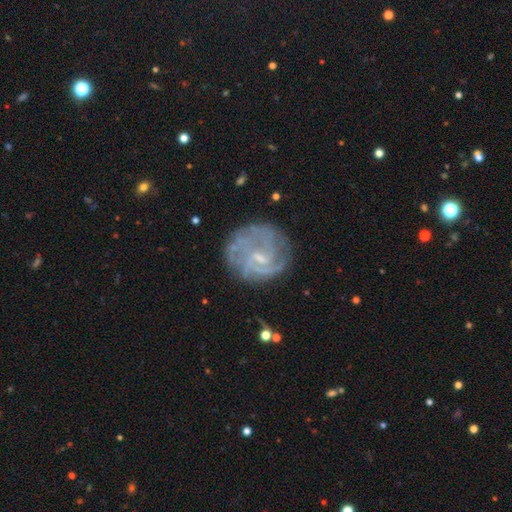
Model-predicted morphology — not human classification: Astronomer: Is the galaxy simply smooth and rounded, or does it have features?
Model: featured or disk — 67%.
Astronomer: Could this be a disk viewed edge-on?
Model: no — 97%.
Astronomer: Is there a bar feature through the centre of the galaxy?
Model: no — 46% (runner-up: weak, 44%).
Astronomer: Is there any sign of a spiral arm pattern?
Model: yes — 84%.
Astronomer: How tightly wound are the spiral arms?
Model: tight — 52% (runner-up: medium, 34%).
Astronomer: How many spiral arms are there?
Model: can't tell — 42% (runner-up: 2, 20%).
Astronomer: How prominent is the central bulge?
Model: small — 69%.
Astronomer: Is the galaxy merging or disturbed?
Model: none — 79%.